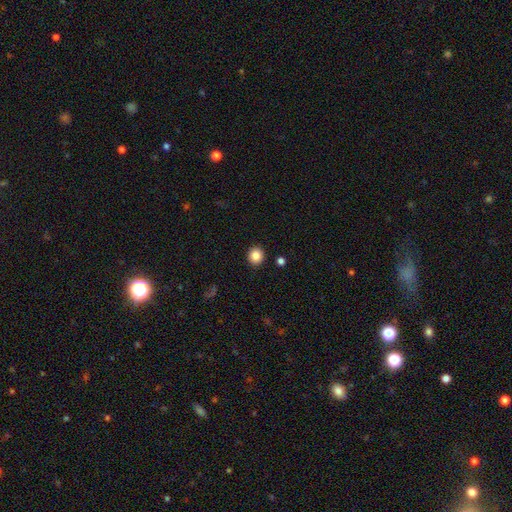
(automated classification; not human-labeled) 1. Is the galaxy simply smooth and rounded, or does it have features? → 85% smooth, 10% star or artifact, 5% featured or disk.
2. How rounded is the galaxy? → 88% round, 11% in between, 1% cigar-shaped.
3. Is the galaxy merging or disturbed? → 92% none, 5% minor disturbance, 2% major disturbance, 1% merger.